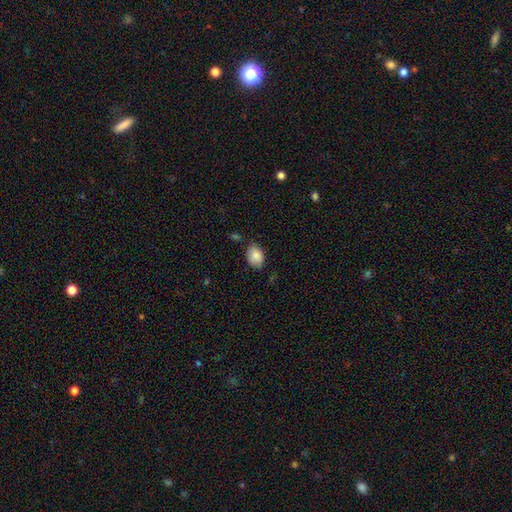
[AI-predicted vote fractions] This appears to be a smooth galaxy with no disk features (86%) that is in between round and cigar-shaped (75%). Merging: none (68%).